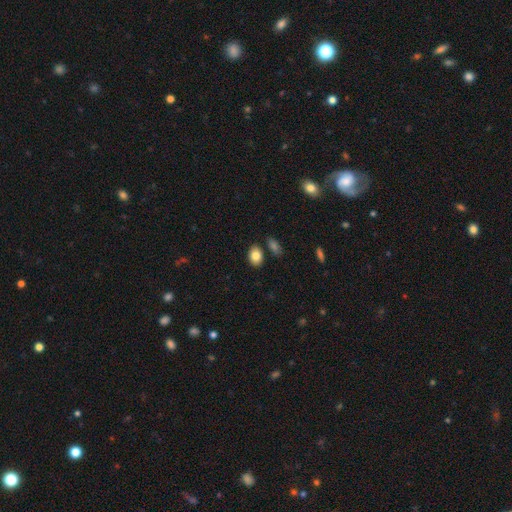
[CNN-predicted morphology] This appears to be a smooth galaxy with no disk features (84%) that is in between round and cigar-shaped (81%). Merging: none (81%).